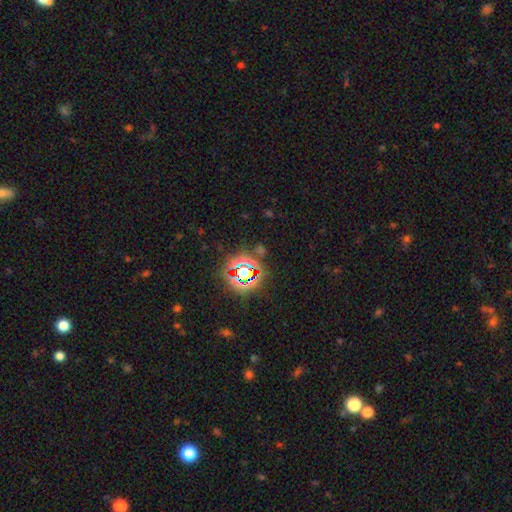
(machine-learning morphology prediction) Smooth or featured?
  - star or artifact: 77% *
  - smooth: 15%
  - featured or disk: 8%